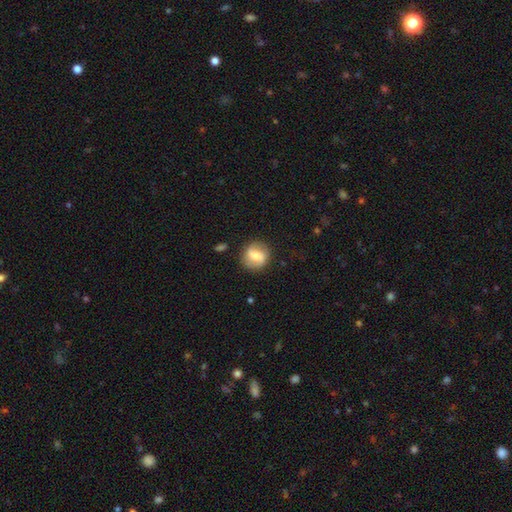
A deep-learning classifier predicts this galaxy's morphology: Smooth or featured? smooth (48%)
Merging? none (84%)